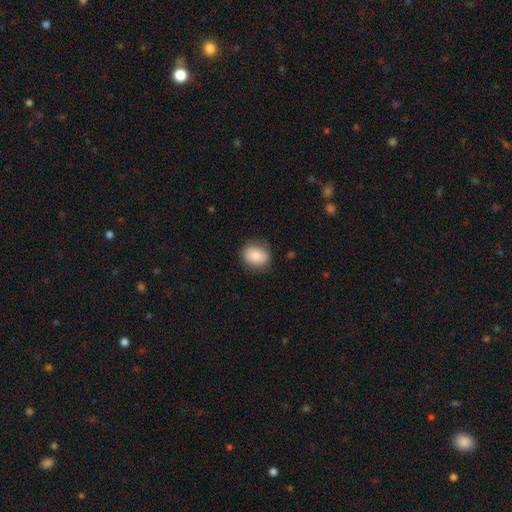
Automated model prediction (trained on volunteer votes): Smooth or featured?
  - smooth: 80% *
  - featured or disk: 12%
  - star or artifact: 8%
How rounded?
  - round: 52% *
  - in between: 47%
  - cigar-shaped: 1%
Merging?
  - none: 82% *
  - minor disturbance: 14%
  - major disturbance: 3%
  - merger: 1%